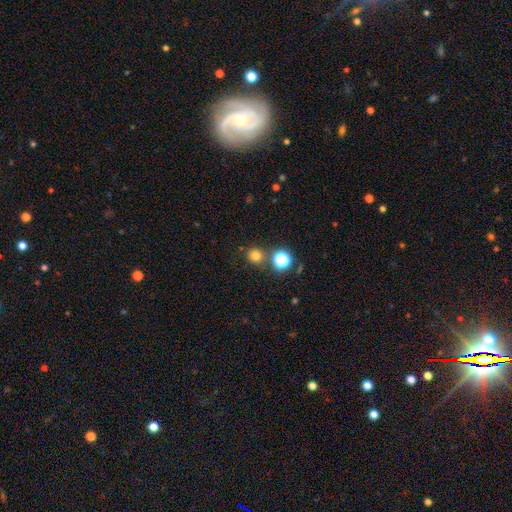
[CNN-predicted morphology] Smooth or featured: smooth — 75% (star or artifact — 19%)
How rounded: round — 93% (in between — 6%)
Merging: none — 79% (merger — 11%)